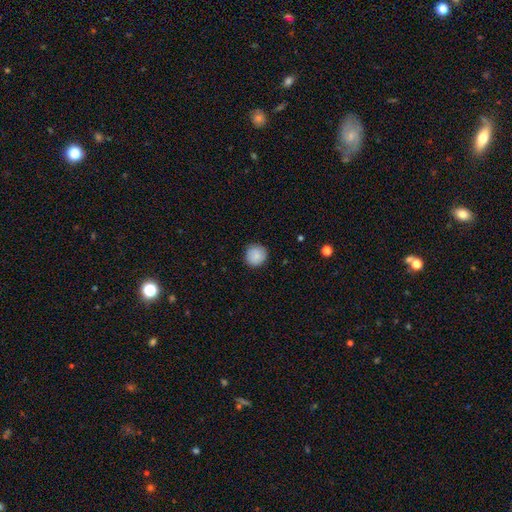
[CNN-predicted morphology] This appears to be a smooth galaxy with no disk features (87%) that is round (94%). Merging: none (89%).